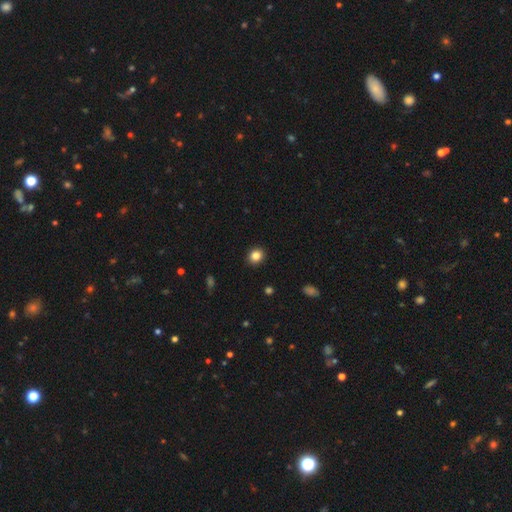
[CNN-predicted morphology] smooth_or_featured: smooth (p=0.85) [alt: star or artifact p=0.11]
how_rounded: round (p=0.80) [alt: in between p=0.19]
merging: none (p=0.92) [alt: minor disturbance p=0.06]